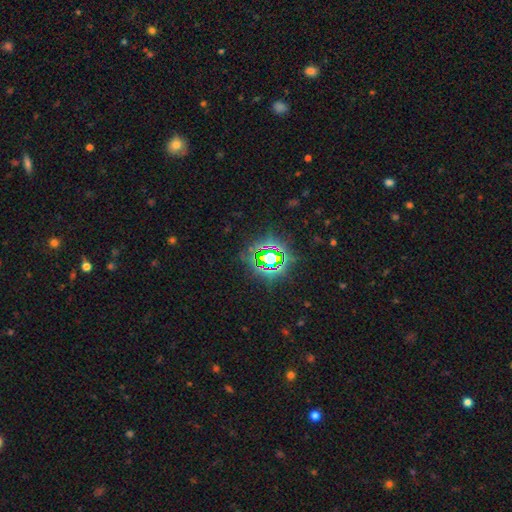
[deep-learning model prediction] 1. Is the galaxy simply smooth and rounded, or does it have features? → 79% star or artifact, 14% smooth, 7% featured or disk.